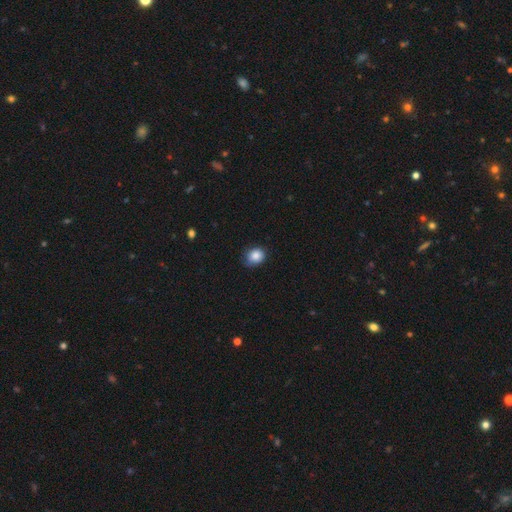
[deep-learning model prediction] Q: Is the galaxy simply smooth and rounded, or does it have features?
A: smooth — 86%.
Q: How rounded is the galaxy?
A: round — 66%.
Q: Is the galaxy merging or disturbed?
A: none — 69%.